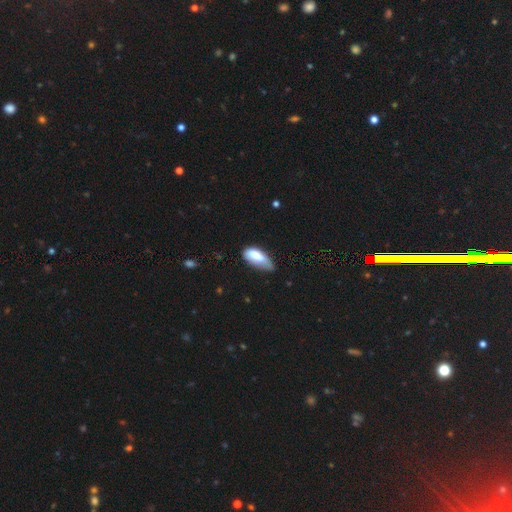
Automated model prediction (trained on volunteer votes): A smooth galaxy with no disk features (77%) that is in between round and cigar-shaped (84%).

Vote fractions:
- Smooth or featured? smooth: 77% / featured or disk: 16% / star or artifact: 7%
- How rounded? in between: 84% / cigar-shaped: 14% / round: 2%
- Merging? minor disturbance: 47% / none: 34% / major disturbance: 16% / merger: 4%